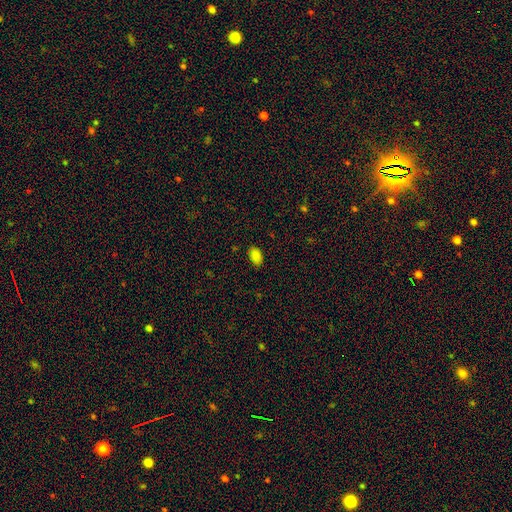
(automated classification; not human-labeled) The model was most divided on "merging": none: 85%, minor disturbance: 12%, major disturbance: 3%, merger: 1%. More confident: how rounded — in between (92%); smooth or featured — smooth (85%).